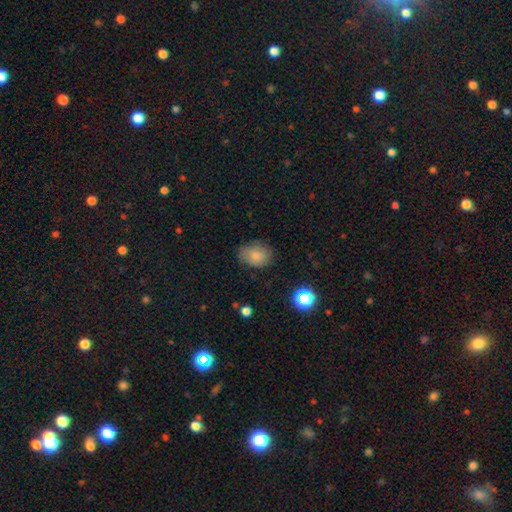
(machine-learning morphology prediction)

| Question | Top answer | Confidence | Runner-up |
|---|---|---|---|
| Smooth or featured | smooth | 81% | star or artifact (10%) |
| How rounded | in between | 66% | round (33%) |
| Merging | none | 71% | minor disturbance (22%) |